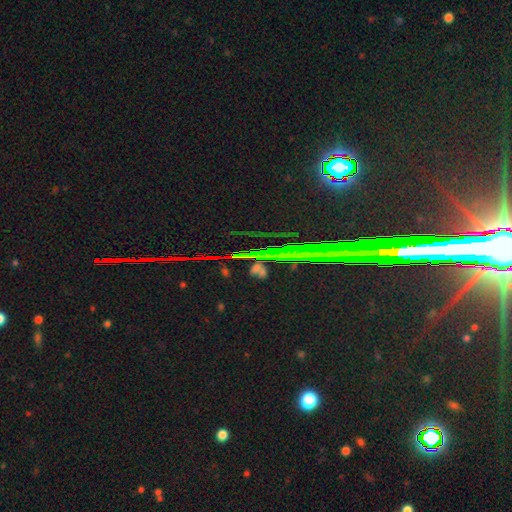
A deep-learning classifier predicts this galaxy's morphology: smooth_or_featured: star or artifact (p=0.82) [alt: featured or disk p=0.10]